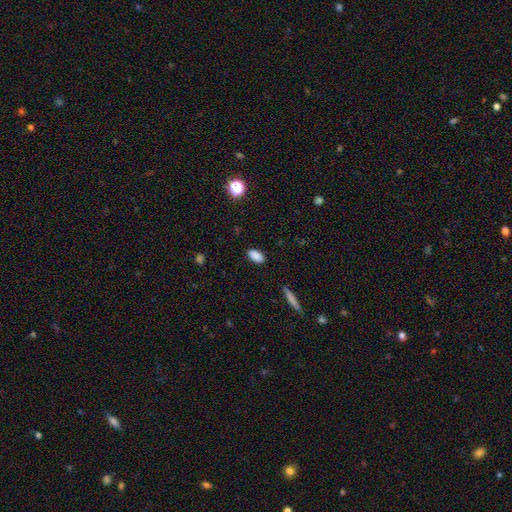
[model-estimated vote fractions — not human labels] Smooth or featured?
  - smooth: 87% *
  - star or artifact: 8%
  - featured or disk: 4%
How rounded?
  - in between: 90% *
  - cigar-shaped: 6%
  - round: 4%
Merging?
  - none: 88% *
  - minor disturbance: 9%
  - major disturbance: 2%
  - merger: 1%